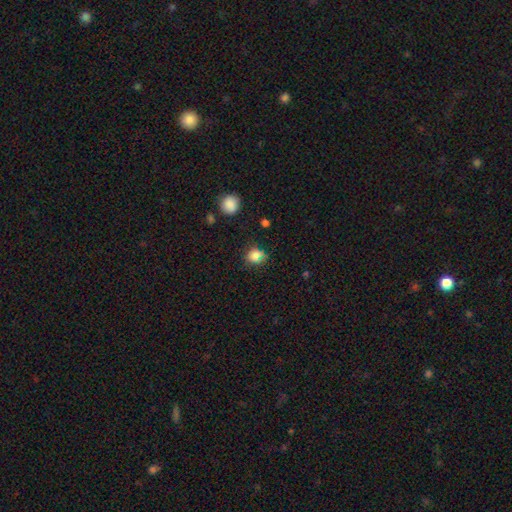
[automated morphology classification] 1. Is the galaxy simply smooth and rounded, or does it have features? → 75% smooth, 20% star or artifact, 6% featured or disk.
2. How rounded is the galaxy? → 71% round, 27% in between, 2% cigar-shaped.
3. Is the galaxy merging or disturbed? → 74% none, 16% minor disturbance, 5% major disturbance, 4% merger.